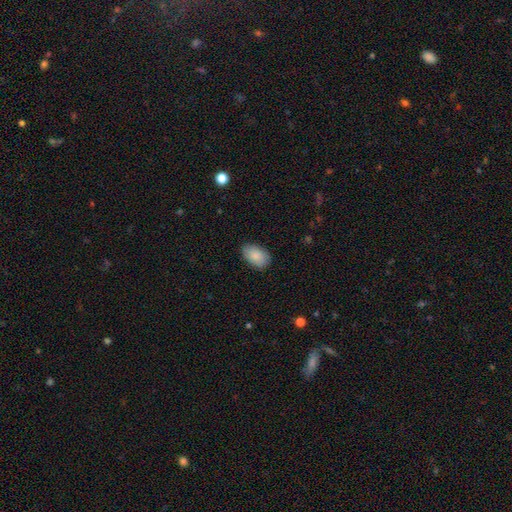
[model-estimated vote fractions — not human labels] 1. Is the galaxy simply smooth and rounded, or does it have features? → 88% smooth, 6% star or artifact, 6% featured or disk.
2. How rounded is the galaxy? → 92% in between, 7% round, 1% cigar-shaped.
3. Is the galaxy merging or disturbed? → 85% none, 12% minor disturbance, 2% major disturbance, 1% merger.